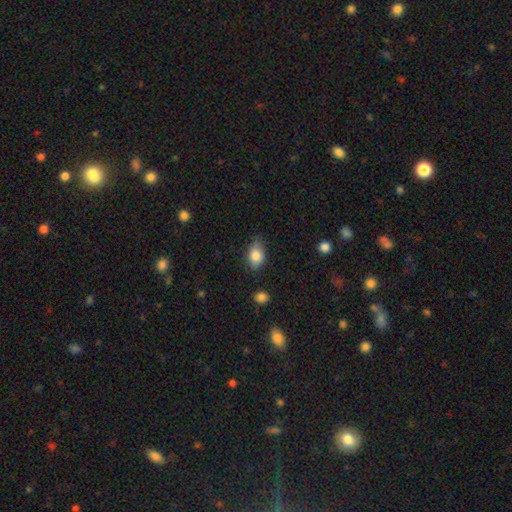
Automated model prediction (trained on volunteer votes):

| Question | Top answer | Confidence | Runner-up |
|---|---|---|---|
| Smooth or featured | smooth | 84% | featured or disk (8%) |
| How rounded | in between | 83% | round (15%) |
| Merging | none | 69% | minor disturbance (25%) |